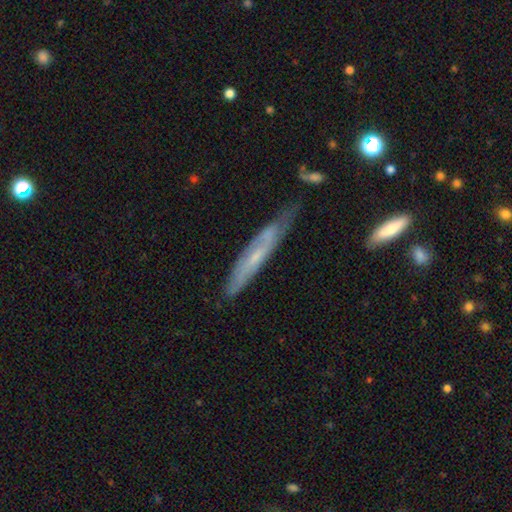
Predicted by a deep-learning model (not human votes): A featured or disk galaxy (58%) viewed edge-on (64%). Merging: none (59%).